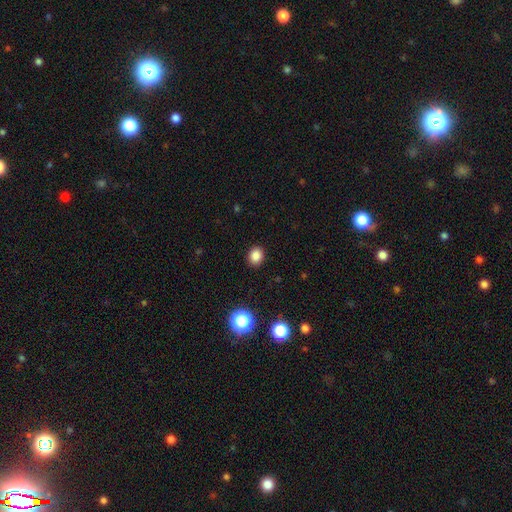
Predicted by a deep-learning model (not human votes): Morphology: type=smooth (84%); roundness=round (65%); merging=none (90%).